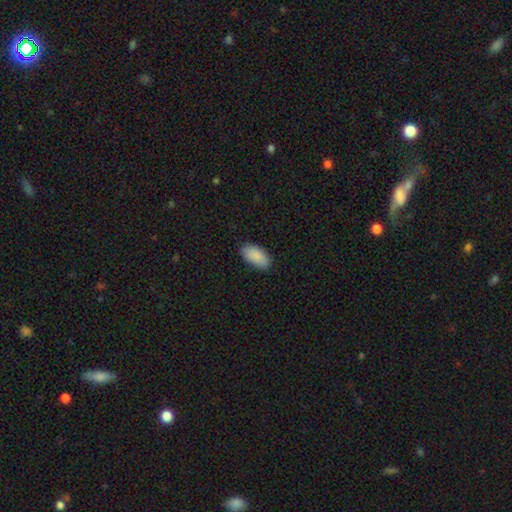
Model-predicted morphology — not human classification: A smooth galaxy with no disk features (89%) that is in between round and cigar-shaped (94%).

Vote fractions:
- Smooth or featured? smooth: 89% / star or artifact: 6% / featured or disk: 5%
- How rounded? in between: 94% / cigar-shaped: 4% / round: 2%
- Merging? none: 83% / minor disturbance: 13% / major disturbance: 2% / merger: 1%